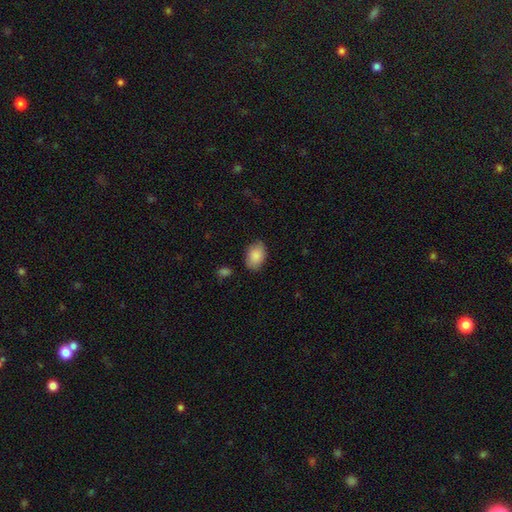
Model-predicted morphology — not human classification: Smooth or featured?
  - smooth: 88% *
  - star or artifact: 6%
  - featured or disk: 6%
How rounded?
  - in between: 85% *
  - round: 14%
  - cigar-shaped: 1%
Merging?
  - none: 82% *
  - minor disturbance: 14%
  - major disturbance: 3%
  - merger: 2%